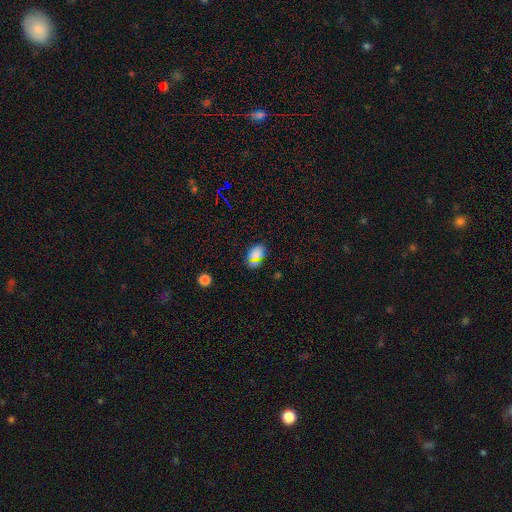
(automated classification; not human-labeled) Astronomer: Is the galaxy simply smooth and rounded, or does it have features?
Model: smooth — 73%.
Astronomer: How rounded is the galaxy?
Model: in between — 80%.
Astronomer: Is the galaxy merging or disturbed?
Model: none — 77%.